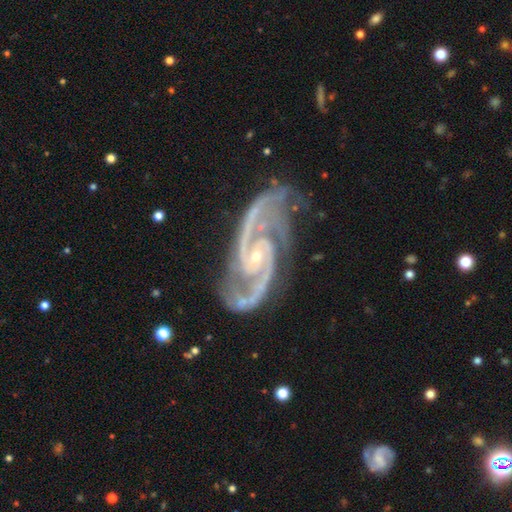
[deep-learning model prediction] Q: Smooth or featured?
A: featured or disk (94%); runner-up: star or artifact (4%)
Q: Edge-on disk?
A: no (97%); runner-up: yes (3%)
Q: Bar?
A: no (54%); runner-up: weak (31%)
Q: Spiral arms?
A: yes (99%); runner-up: no (1%)
Q: Spiral winding?
A: medium (59%); runner-up: tight (28%)
Q: Spiral arm count?
A: 2 (81%); runner-up: 3 (8%)
Q: Bulge size?
A: small (80%); runner-up: moderate (16%)
Q: Merging?
A: none (71%); runner-up: minor disturbance (19%)